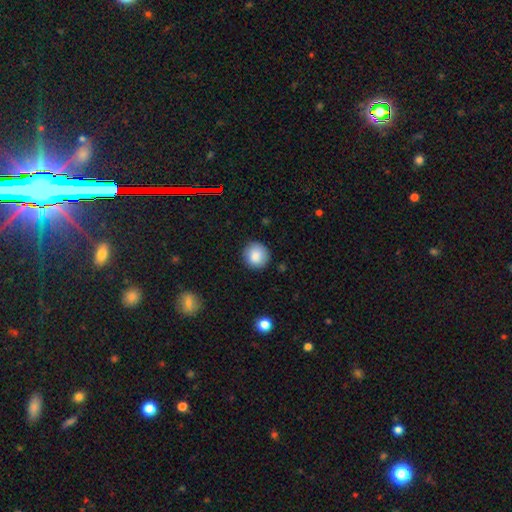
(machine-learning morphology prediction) smooth_or_featured: smooth (p=0.86) [alt: star or artifact p=0.08]
how_rounded: round (p=0.92) [alt: in between p=0.07]
merging: none (p=0.88) [alt: minor disturbance p=0.08]